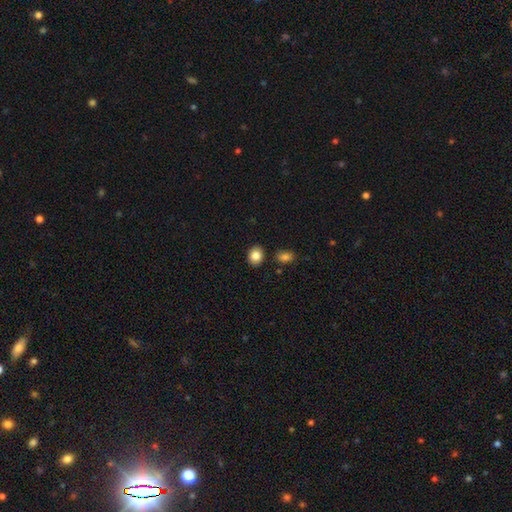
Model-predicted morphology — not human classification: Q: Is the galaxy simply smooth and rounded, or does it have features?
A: smooth — 85%.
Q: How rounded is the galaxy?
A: round — 50%.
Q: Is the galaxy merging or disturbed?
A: none — 85%.